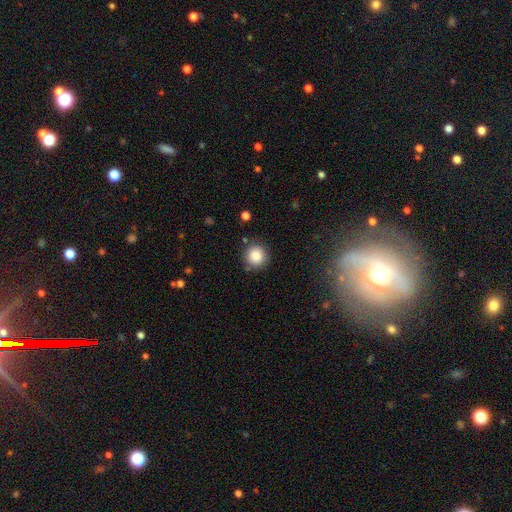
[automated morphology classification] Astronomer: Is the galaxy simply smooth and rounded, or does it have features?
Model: smooth — 85%.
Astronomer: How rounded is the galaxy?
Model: round — 93%.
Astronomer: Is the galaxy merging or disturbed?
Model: none — 84%.